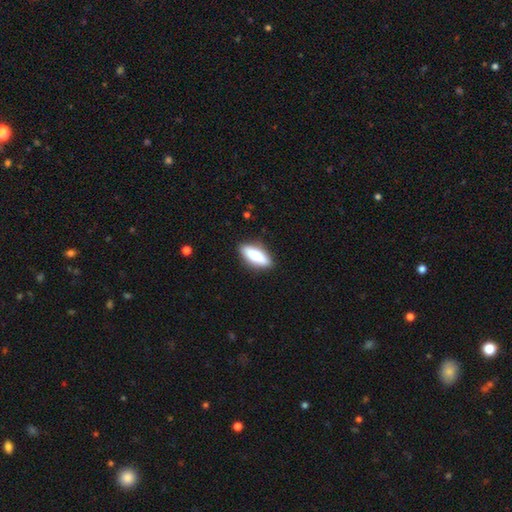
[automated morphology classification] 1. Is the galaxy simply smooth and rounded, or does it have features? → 72% smooth, 22% featured or disk, 6% star or artifact.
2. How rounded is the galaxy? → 69% in between, 28% cigar-shaped, 2% round.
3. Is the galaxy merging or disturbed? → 88% none, 9% minor disturbance, 2% major disturbance, 1% merger.